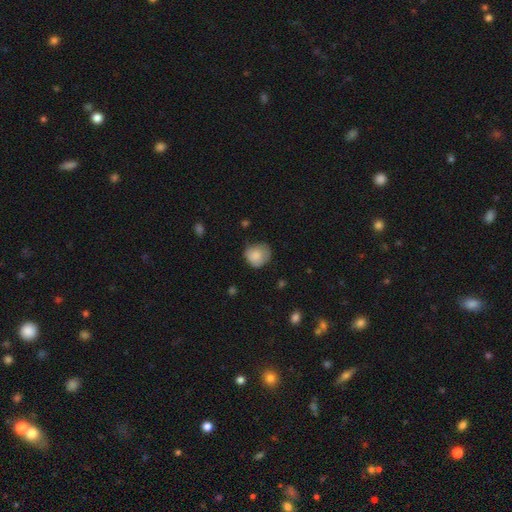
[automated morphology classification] A smooth galaxy with no disk features (81%) that is round (80%).

Vote fractions:
- Smooth or featured? smooth: 81% / featured or disk: 11% / star or artifact: 8%
- How rounded? round: 80% / in between: 19% / cigar-shaped: 1%
- Merging? none: 60% / minor disturbance: 29% / major disturbance: 9% / merger: 2%